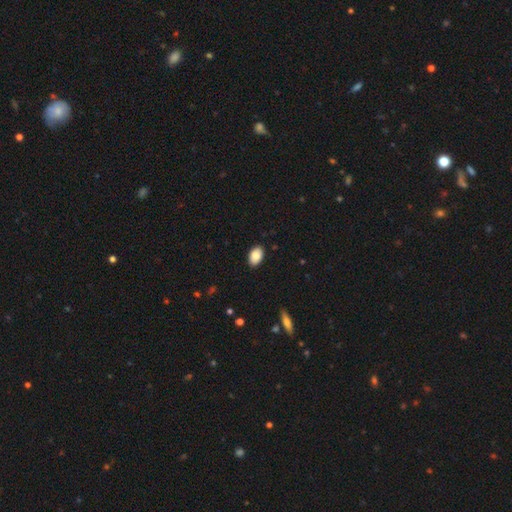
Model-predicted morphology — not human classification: This is clearly a smooth galaxy (88%). How rounded: clearly in between (91%). Merging: clearly none (89%).